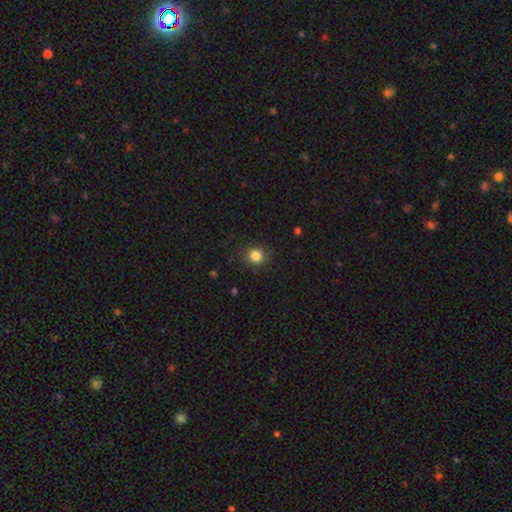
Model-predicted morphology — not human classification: smooth 84%, star or artifact 11%, featured or disk 5%. Down the decision tree: how rounded — round (84%); merging — none (86%).